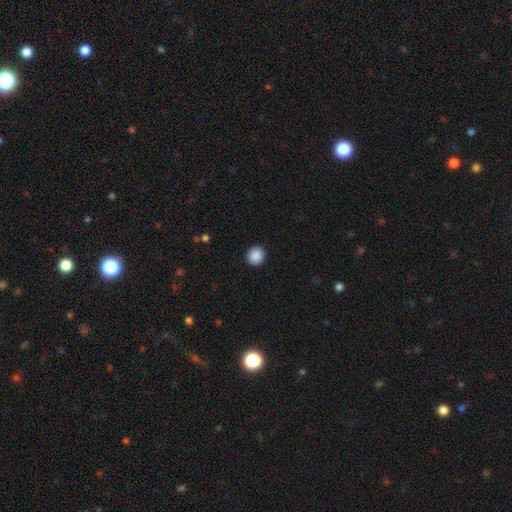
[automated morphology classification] A smooth galaxy with no disk features (89%) that is round (92%).

Vote fractions:
- Smooth or featured? smooth: 89% / star or artifact: 8% / featured or disk: 2%
- How rounded? round: 92% / in between: 7% / cigar-shaped: 1%
- Merging? none: 92% / minor disturbance: 5% / major disturbance: 2% / merger: 1%